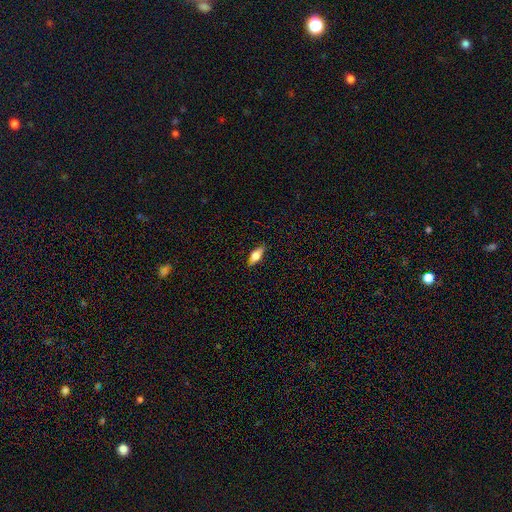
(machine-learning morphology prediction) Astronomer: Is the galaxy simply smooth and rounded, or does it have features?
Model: smooth — 63%.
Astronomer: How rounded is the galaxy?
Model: in between — 71%.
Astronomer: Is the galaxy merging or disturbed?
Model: none — 86%.